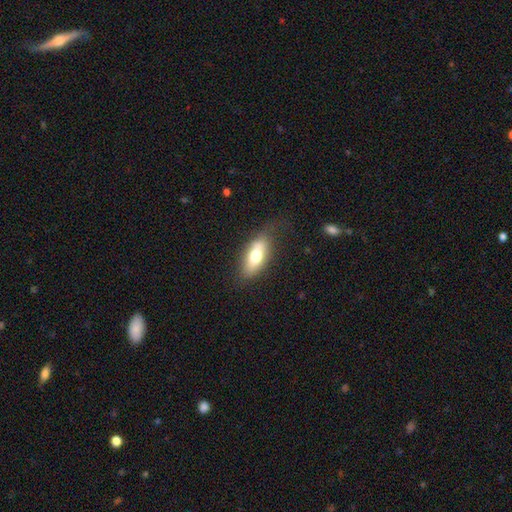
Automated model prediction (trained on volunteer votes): Smooth or featured? smooth (67%)
How rounded? in between (79%)
Merging? none (66%)